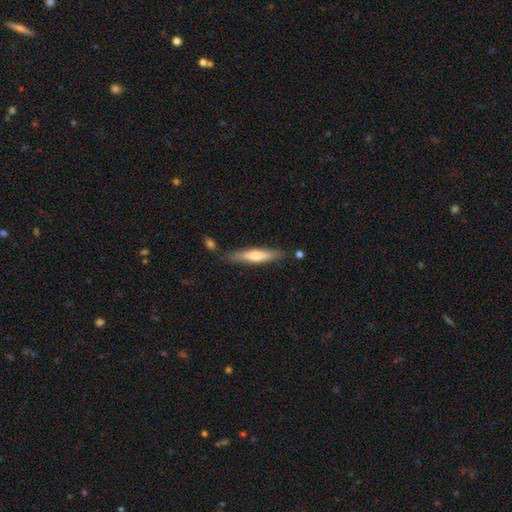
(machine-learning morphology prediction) smooth_or_featured: smooth (p=0.47) [tied with: featured or disk p=0.47]
merging: none (p=0.80) [alt: minor disturbance p=0.13]